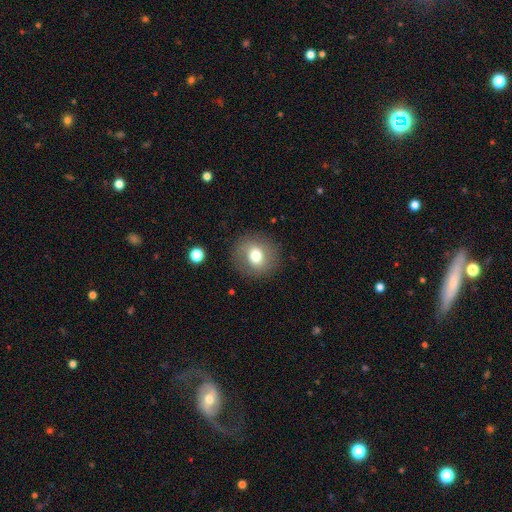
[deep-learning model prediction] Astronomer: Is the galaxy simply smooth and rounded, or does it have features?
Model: smooth — 71%.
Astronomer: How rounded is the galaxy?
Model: round — 84%.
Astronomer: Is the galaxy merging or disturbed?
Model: none — 86%.